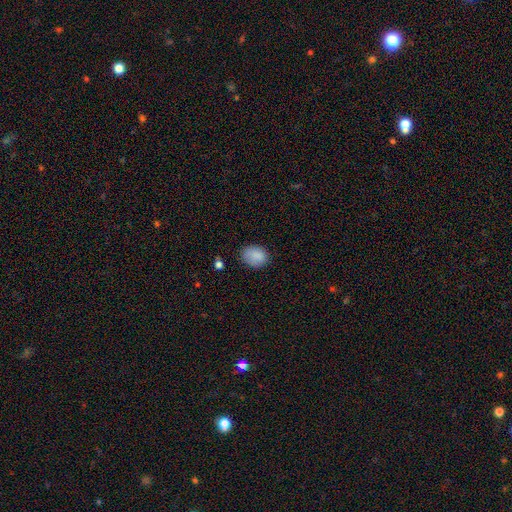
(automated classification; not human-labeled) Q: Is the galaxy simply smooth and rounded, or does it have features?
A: smooth — 86%.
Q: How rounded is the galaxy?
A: in between — 62%.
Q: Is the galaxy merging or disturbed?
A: none — 76%.